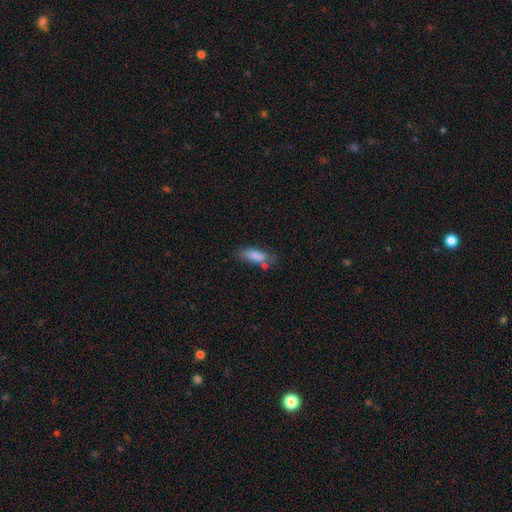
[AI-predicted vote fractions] This appears to be a smooth galaxy with no disk features (81%) that is in between round and cigar-shaped (63%). Merging: none (57%).